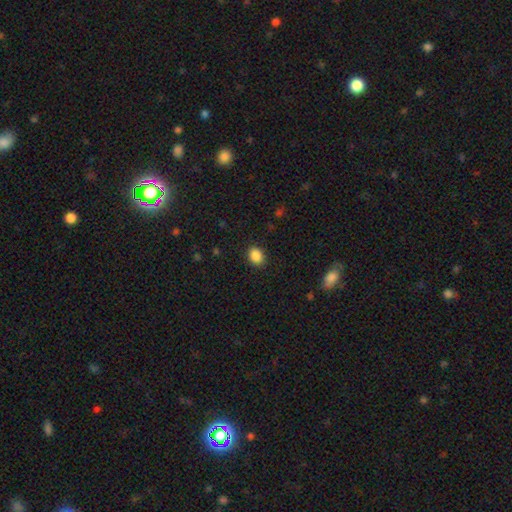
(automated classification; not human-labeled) Q: Smooth or featured?
A: smooth (88%); runner-up: star or artifact (9%)
Q: How rounded?
A: in between (59%); runner-up: round (40%)
Q: Merging?
A: none (89%); runner-up: minor disturbance (8%)